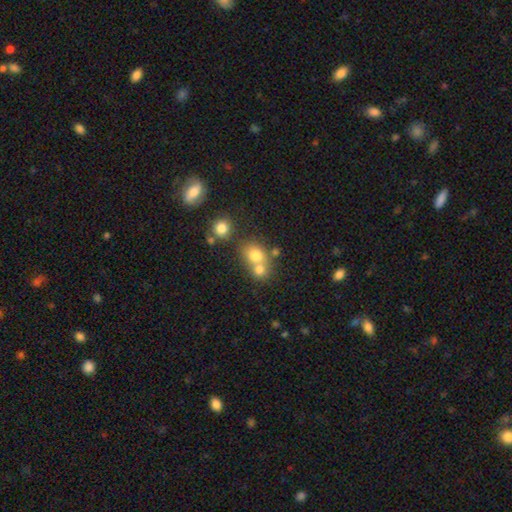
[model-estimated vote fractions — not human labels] smooth-or-featured: smooth: 74% | star or artifact: 13% | featured or disk: 12%
  how-rounded: round: 69% | in between: 30% | cigar-shaped: 1%
  merging: merger: 49% | none: 39% | minor disturbance: 8% | major disturbance: 4%